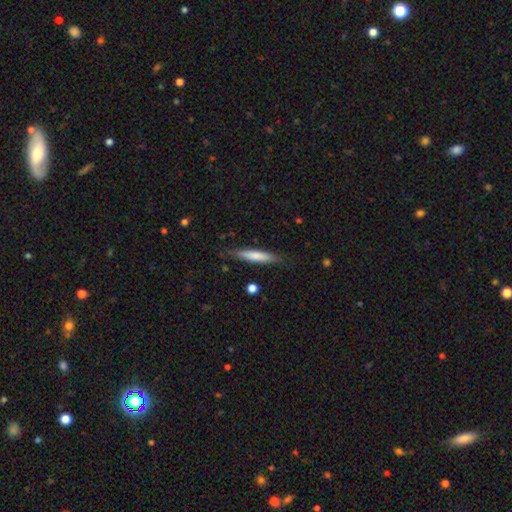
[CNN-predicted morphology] This is likely a smooth galaxy (72%). How rounded: clearly cigar-shaped (90%). Merging: clearly none (83%).